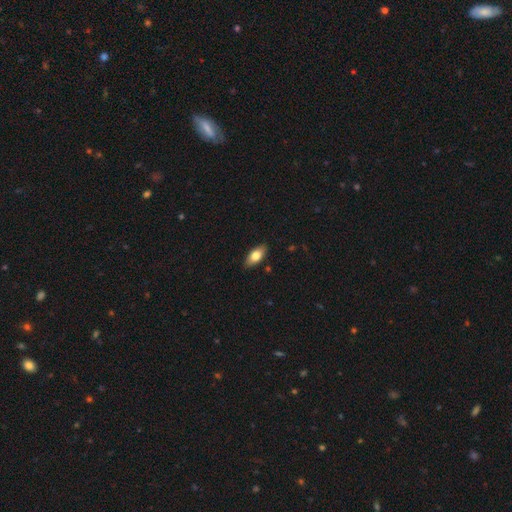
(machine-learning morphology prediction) smooth 77%, featured or disk 16%, star or artifact 7%. Down the decision tree: how rounded — in between (88%); merging — none (87%).